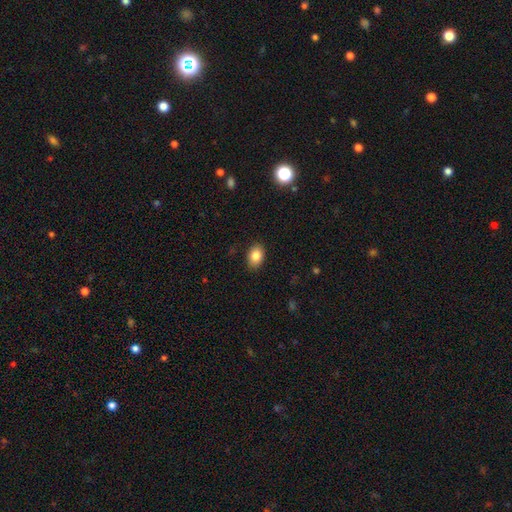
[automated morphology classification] The model was most divided on "how rounded": in between: 83%, round: 16%, cigar-shaped: 1%. More confident: merging — none (89%); smooth or featured — smooth (85%).